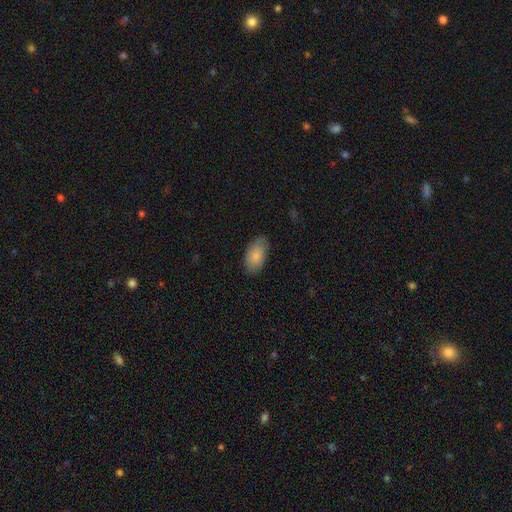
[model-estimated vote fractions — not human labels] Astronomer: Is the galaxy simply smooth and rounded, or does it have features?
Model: smooth — 81%.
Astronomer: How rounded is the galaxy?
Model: in between — 94%.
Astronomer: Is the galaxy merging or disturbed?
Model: none — 74%.